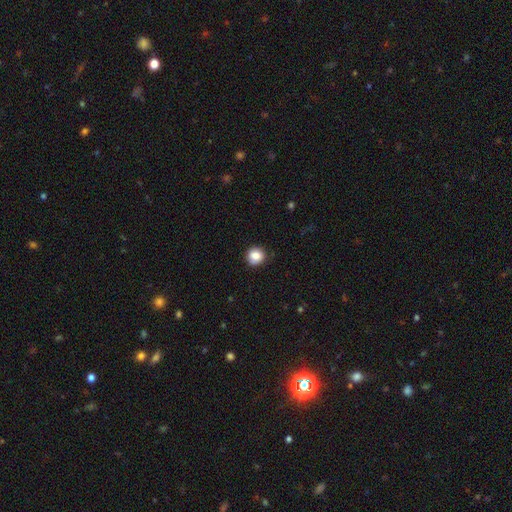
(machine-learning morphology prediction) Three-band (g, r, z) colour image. It shows a smooth galaxy with no disk features (84%) that is round (91%). Merging: none (87%).